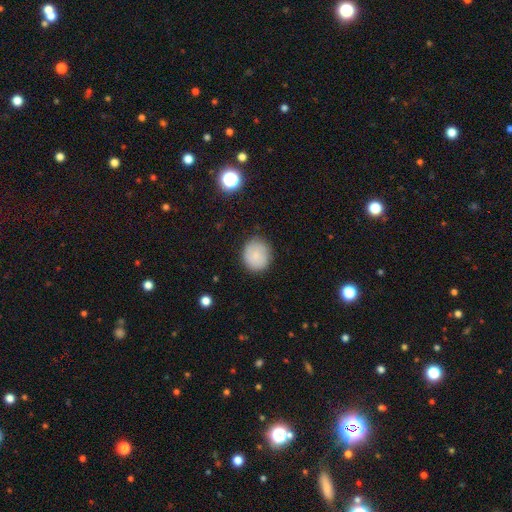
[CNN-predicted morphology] This is likely a smooth galaxy (79%). How rounded: likely round (75%). Merging: clearly none (84%).